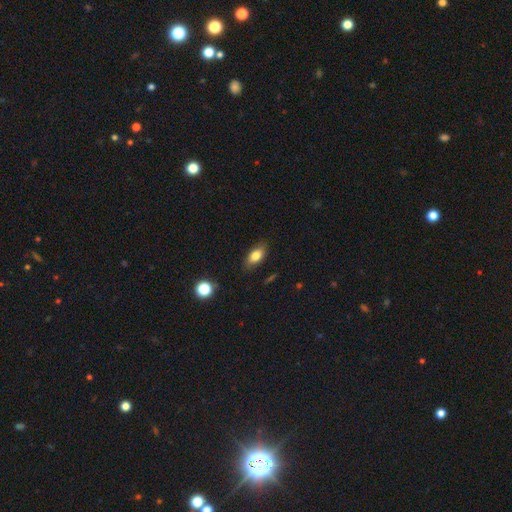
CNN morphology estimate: type=smooth (79%); roundness=in between (87%); merging=none (84%).